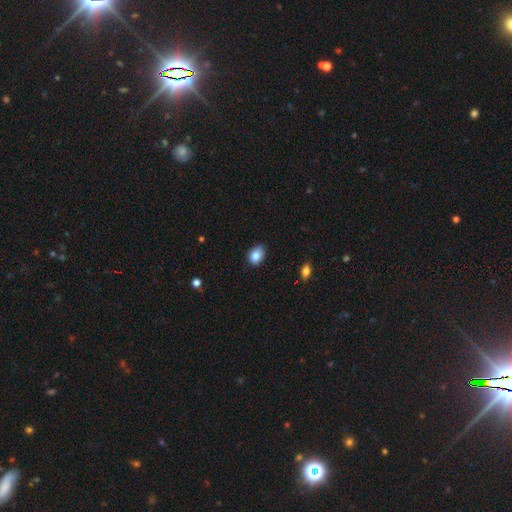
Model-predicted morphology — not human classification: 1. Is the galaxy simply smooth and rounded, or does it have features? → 84% smooth, 9% star or artifact, 7% featured or disk.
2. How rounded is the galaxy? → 64% in between, 35% round, 1% cigar-shaped.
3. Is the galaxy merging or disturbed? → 76% none, 20% minor disturbance, 3% major disturbance, 1% merger.